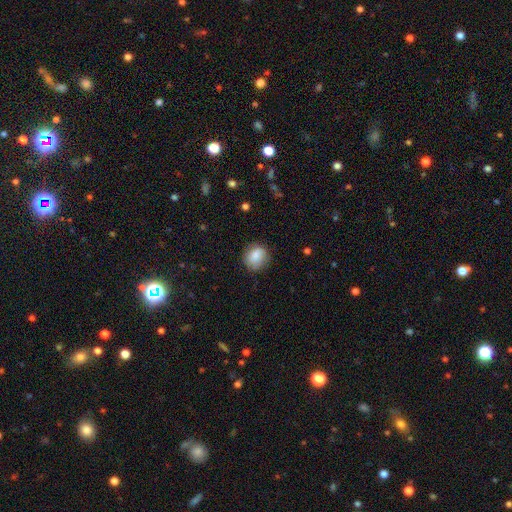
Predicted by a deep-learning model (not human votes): smooth 83%, featured or disk 9%, star or artifact 8%. Down the decision tree: how rounded — round (75%); merging — none (79%).